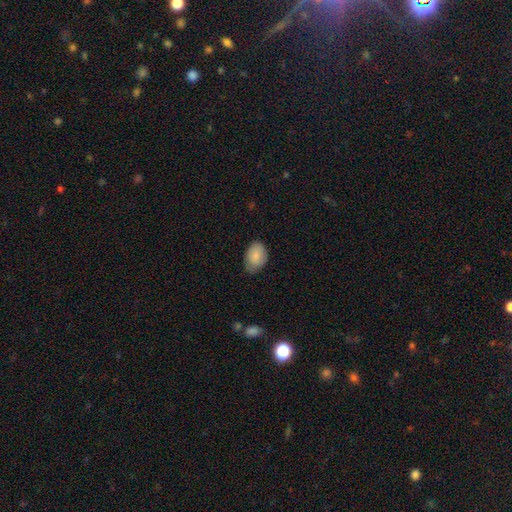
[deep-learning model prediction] Overall: smooth (85%). How rounded: in between (85%). Merging: none (66%; minor disturbance 28%).